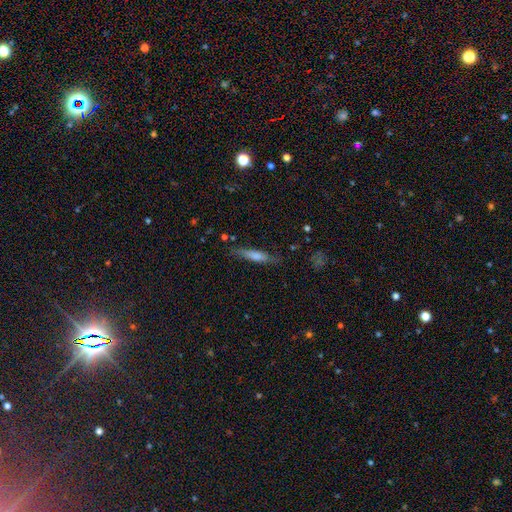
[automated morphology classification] smooth 66%, featured or disk 27%, star or artifact 7%. Down the decision tree: how rounded — cigar-shaped (80%); merging — none (70%).